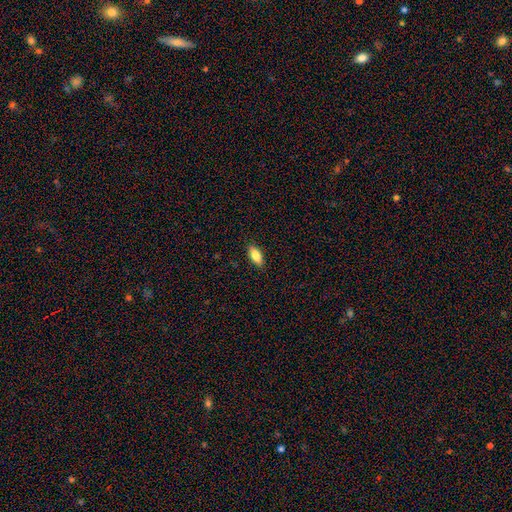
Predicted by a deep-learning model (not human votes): Overall: smooth (82%). How rounded: in between (84%). Merging: none (89%).